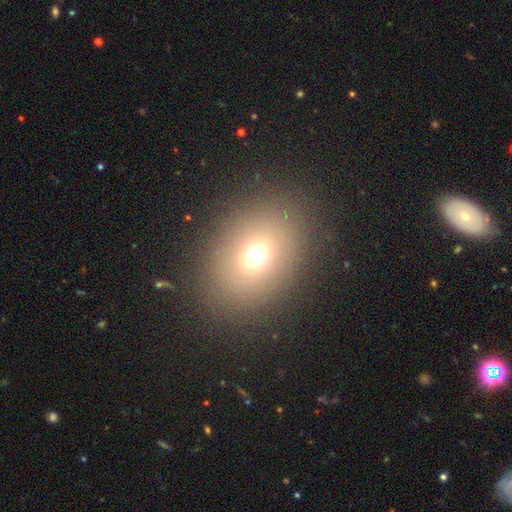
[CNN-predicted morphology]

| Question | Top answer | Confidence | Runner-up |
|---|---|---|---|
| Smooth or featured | smooth | 69% | star or artifact (18%) |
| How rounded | in between | 60% | round (39%) |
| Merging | none | 86% | minor disturbance (8%) |